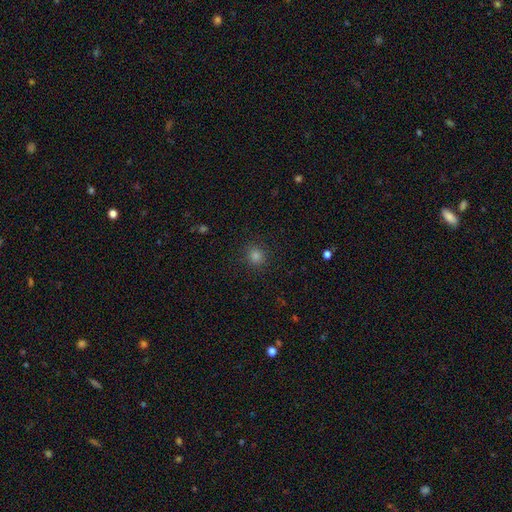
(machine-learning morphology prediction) type=smooth (78%); roundness=round (90%); merging=none (90%).